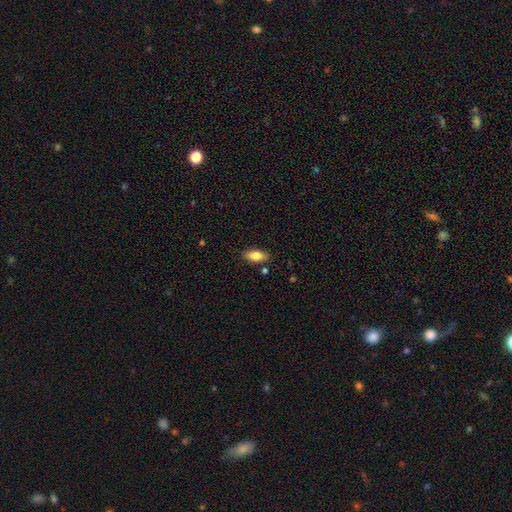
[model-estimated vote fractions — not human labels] Smooth or featured: smooth — 81% (featured or disk — 12%)
How rounded: in between — 87% (cigar-shaped — 9%)
Merging: none — 84% (minor disturbance — 11%)